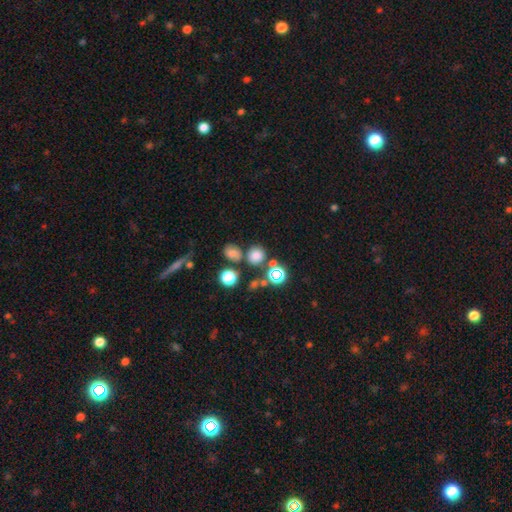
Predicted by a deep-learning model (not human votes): smooth_or_featured: smooth (p=0.72) [alt: star or artifact p=0.21]
how_rounded: round (p=0.79) [alt: in between p=0.20]
merging: none (p=0.66) [alt: merger p=0.20]